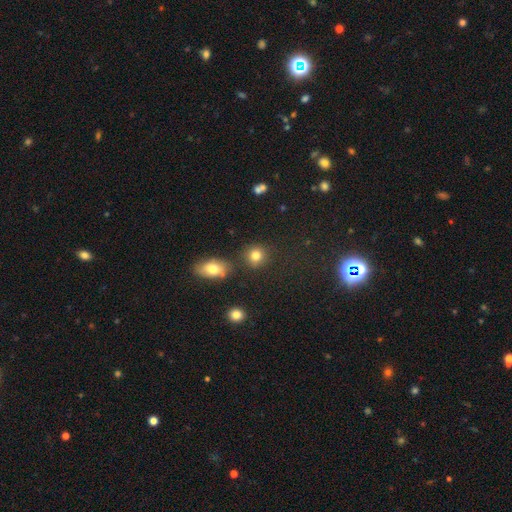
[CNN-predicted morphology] This appears to be a smooth galaxy with no disk features (82%) that is round (84%). Merging: none (81%).